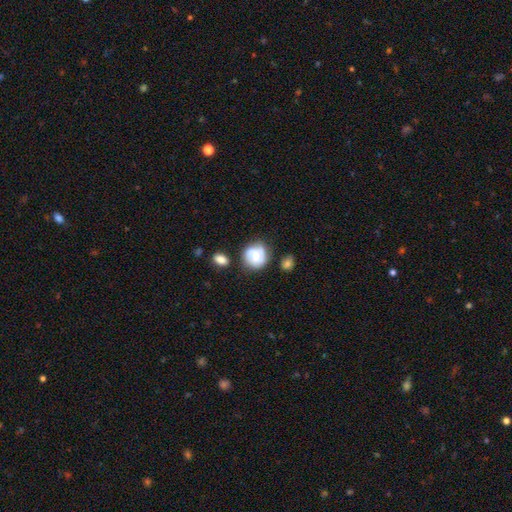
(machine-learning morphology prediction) This is possibly a smooth galaxy (47%). Merging: likely none (61%).